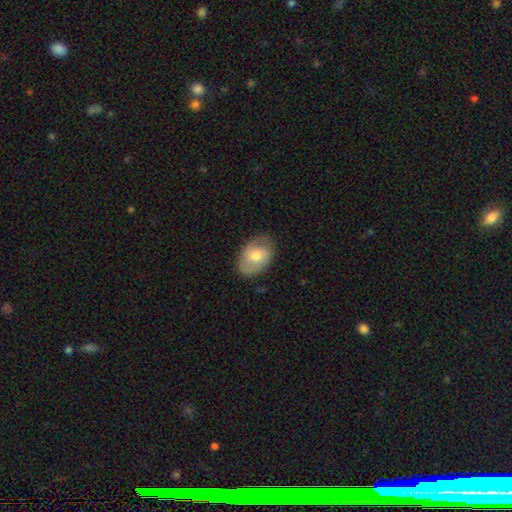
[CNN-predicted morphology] smooth_or_featured: smooth (p=0.60) [alt: featured or disk p=0.34]
how_rounded: in between (p=0.84) [alt: round p=0.15]
merging: none (p=0.76) [alt: minor disturbance p=0.18]